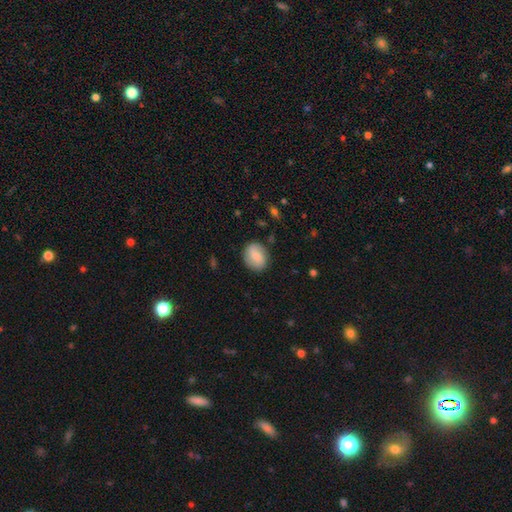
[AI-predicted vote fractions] Smooth or featured? Predicted: smooth (p=0.67). How rounded? Predicted: round (p=0.49, tied with in between). Merging? Predicted: none (p=0.83).